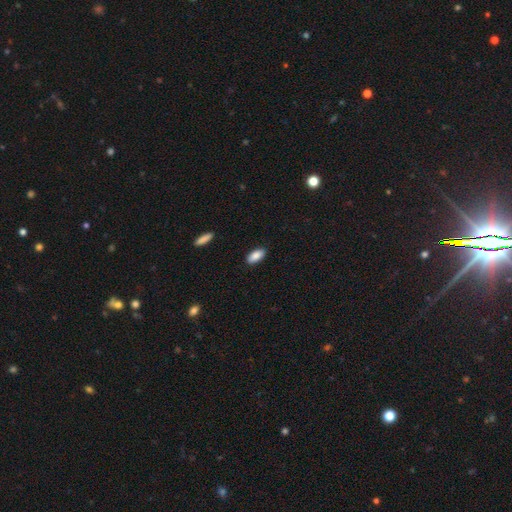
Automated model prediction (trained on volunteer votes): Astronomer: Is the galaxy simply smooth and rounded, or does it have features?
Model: smooth — 88%.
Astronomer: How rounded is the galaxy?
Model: in between — 88%.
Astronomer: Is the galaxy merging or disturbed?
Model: none — 89%.